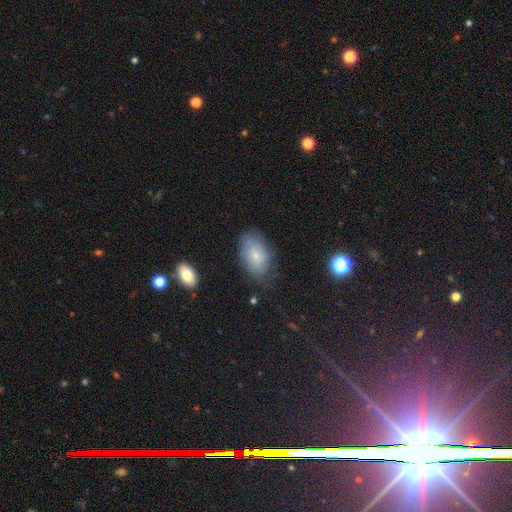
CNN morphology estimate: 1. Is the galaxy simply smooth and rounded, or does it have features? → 57% smooth, 33% featured or disk, 9% star or artifact.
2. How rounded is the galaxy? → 89% in between, 10% round, 1% cigar-shaped.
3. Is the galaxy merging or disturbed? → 63% none, 25% minor disturbance, 9% major disturbance, 2% merger.